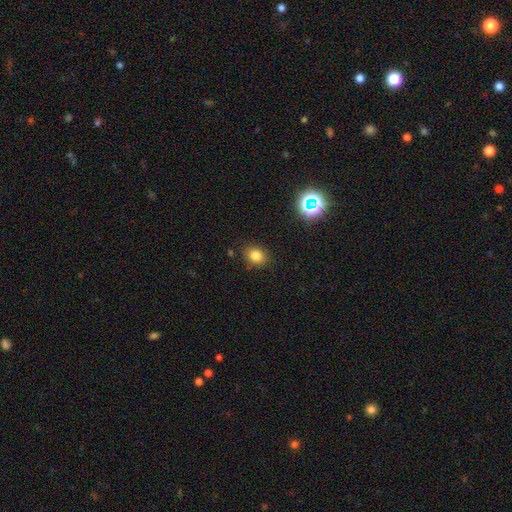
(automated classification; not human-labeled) This appears to be a smooth galaxy with no disk features (80%) that is round (53%). Merging: none (86%).